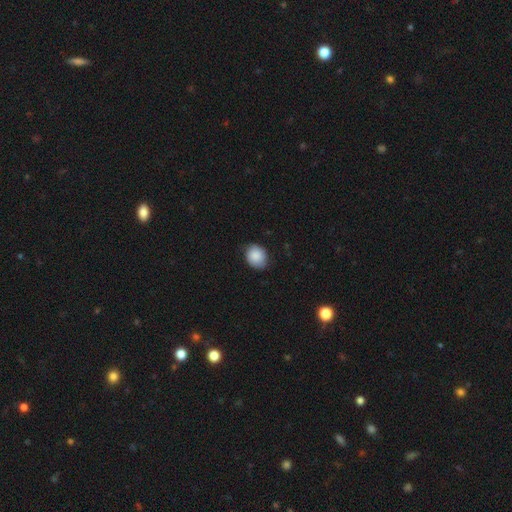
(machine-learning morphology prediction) Overall: smooth (87%). How rounded: round (56%; in between 44%). Merging: none (75%).